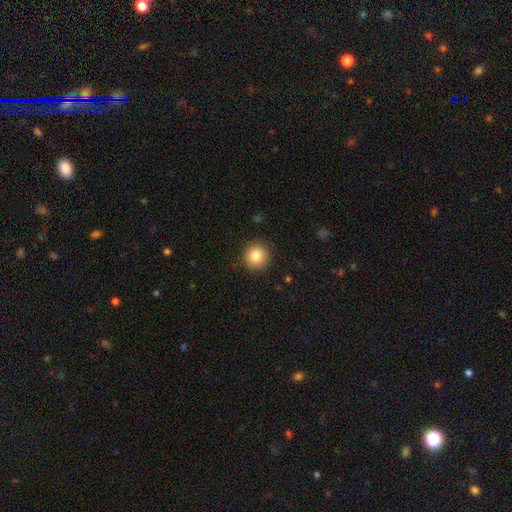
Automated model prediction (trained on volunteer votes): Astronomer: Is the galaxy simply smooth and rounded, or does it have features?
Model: smooth — 83%.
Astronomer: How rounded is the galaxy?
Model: round — 94%.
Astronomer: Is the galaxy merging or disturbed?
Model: none — 92%.